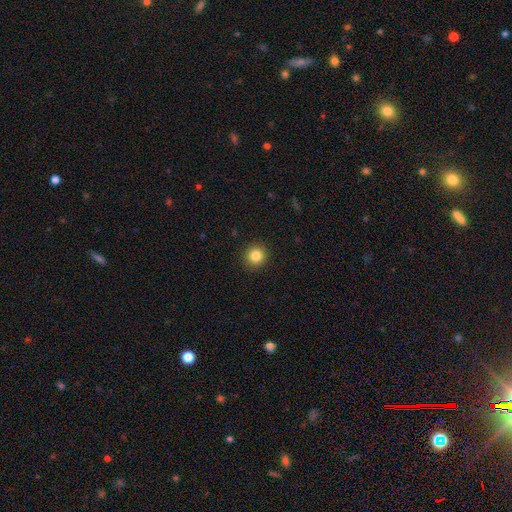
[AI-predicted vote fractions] Smooth or featured? Predicted: smooth (p=0.84). How rounded? Predicted: round (p=0.93). Merging? Predicted: none (p=0.92).